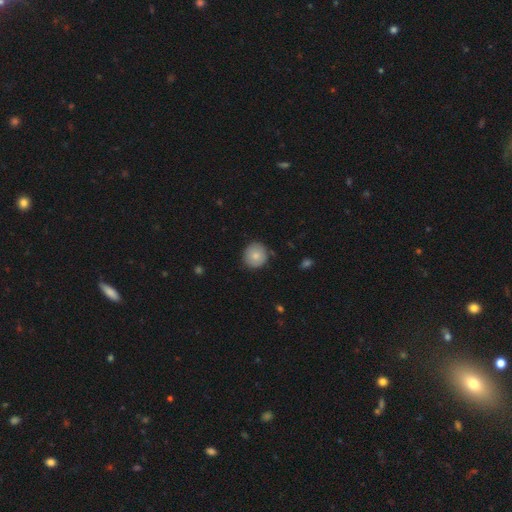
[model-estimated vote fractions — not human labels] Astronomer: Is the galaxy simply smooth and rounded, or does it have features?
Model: smooth — 81%.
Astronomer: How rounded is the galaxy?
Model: round — 88%.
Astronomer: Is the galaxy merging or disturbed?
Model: none — 84%.